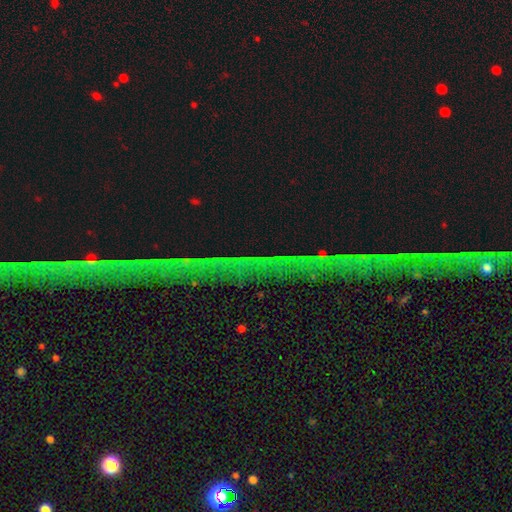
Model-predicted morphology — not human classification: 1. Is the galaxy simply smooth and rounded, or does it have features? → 80% star or artifact, 12% featured or disk, 8% smooth.